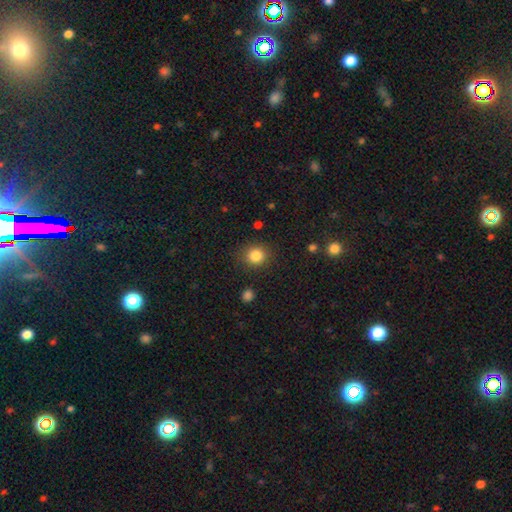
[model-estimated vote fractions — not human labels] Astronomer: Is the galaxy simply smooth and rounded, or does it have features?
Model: smooth — 84%.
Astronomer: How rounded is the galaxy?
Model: round — 85%.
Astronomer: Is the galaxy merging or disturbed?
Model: none — 87%.